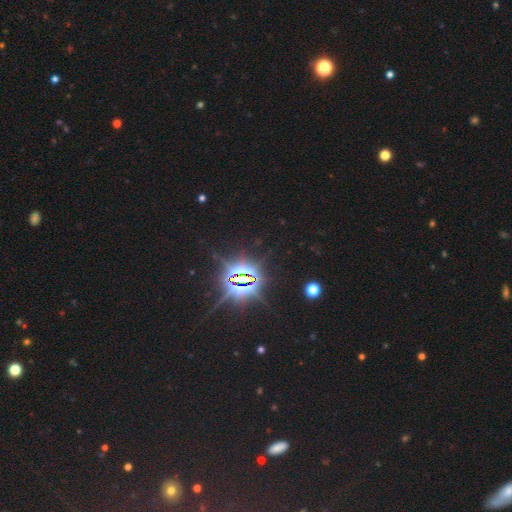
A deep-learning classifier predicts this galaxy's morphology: smooth-or-featured: star or artifact: 82% | smooth: 11% | featured or disk: 7%